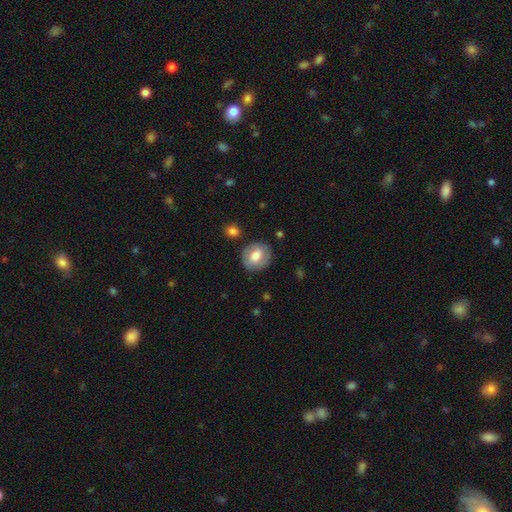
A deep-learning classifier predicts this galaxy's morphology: smooth 65%, featured or disk 28%, star or artifact 7%. Down the decision tree: how rounded — round (70%); merging — none (82%).